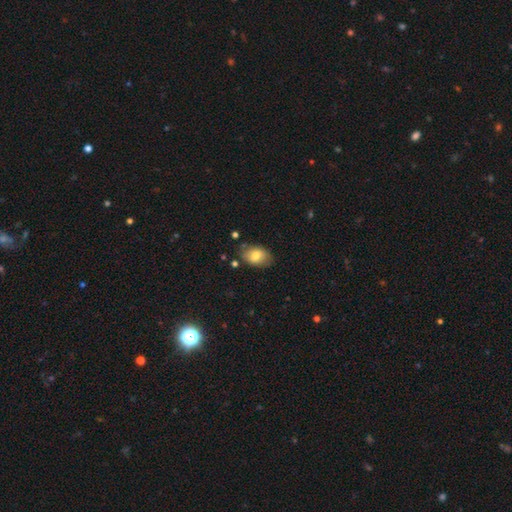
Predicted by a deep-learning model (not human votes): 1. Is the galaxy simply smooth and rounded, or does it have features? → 74% smooth, 18% featured or disk, 8% star or artifact.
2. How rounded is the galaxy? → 84% in between, 14% round, 1% cigar-shaped.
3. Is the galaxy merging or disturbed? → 76% none, 18% minor disturbance, 4% major disturbance, 3% merger.